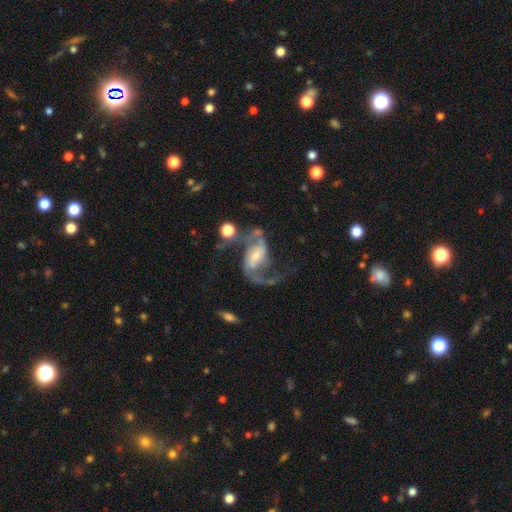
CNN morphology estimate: smooth-or-featured: featured or disk: 89% | star or artifact: 6% | smooth: 5%
  disk-edge-on: no: 97% | yes: 3%
    bar: weak: 40% | no: 32% | strong: 28%
    has-spiral-arms: yes: 97% | no: 3%
      spiral-winding: loose: 61% | medium: 33% | tight: 6%
      spiral-arm-count: 2: 91% | 1: 3% | can't tell: 2% | 3: 1% | 4: 1% | more than 4: 1%
    bulge-size: small: 57% | moderate: 33% | large: 4% | none: 4% | dominant: 1%
  merging: none: 58% | major disturbance: 19% | minor disturbance: 15% | merger: 8%